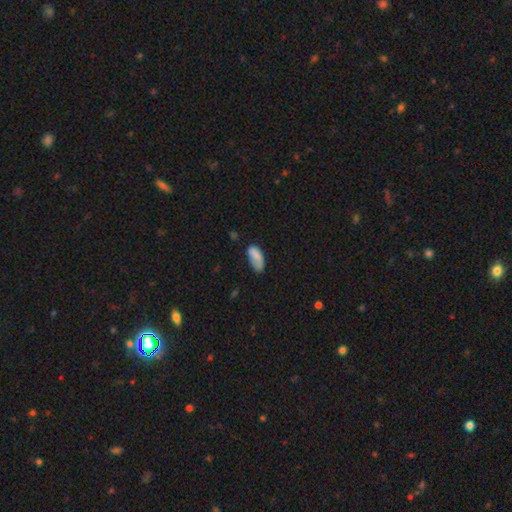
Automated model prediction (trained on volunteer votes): smooth-or-featured: smooth: 82% | featured or disk: 10% | star or artifact: 8%
  how-rounded: in between: 87% | cigar-shaped: 11% | round: 2%
  merging: none: 51% | minor disturbance: 33% | major disturbance: 12% | merger: 4%